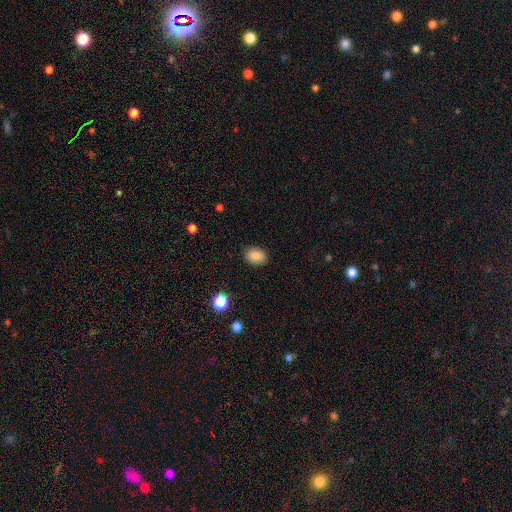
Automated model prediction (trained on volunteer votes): Morphology: type=smooth (86%); roundness=in between (69%); merging=none (87%).